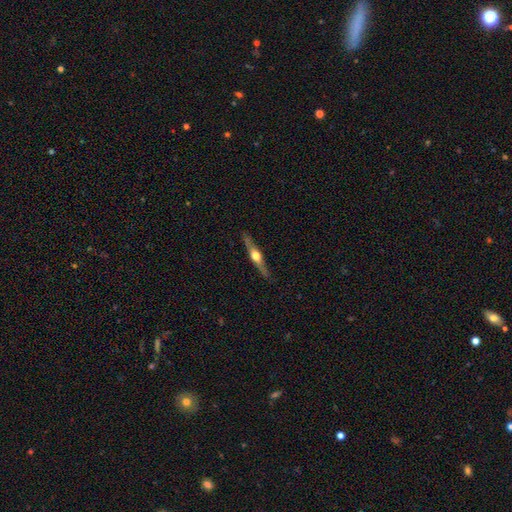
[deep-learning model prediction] Smooth or featured?
  - featured or disk: 73% *
  - smooth: 22%
  - star or artifact: 5%
Edge-on disk?
  - yes: 97% *
  - no: 3%
Edge-on bulge?
  - rounded: 94% *
  - boxy: 3%
  - none: 2%
Merging?
  - none: 87% *
  - minor disturbance: 9%
  - major disturbance: 2%
  - merger: 1%